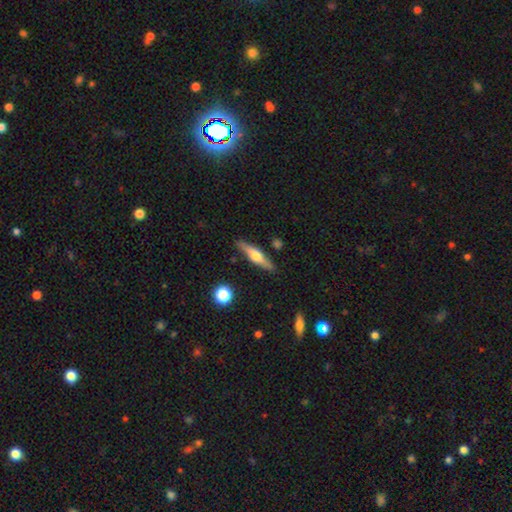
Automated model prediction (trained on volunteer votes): Smooth or featured?
  - featured or disk: 58% *
  - smooth: 36%
  - star or artifact: 6%
Edge-on disk?
  - yes: 94% *
  - no: 6%
Edge-on bulge?
  - rounded: 93% *
  - boxy: 4%
  - none: 3%
Merging?
  - none: 86% *
  - minor disturbance: 10%
  - merger: 3%
  - major disturbance: 2%